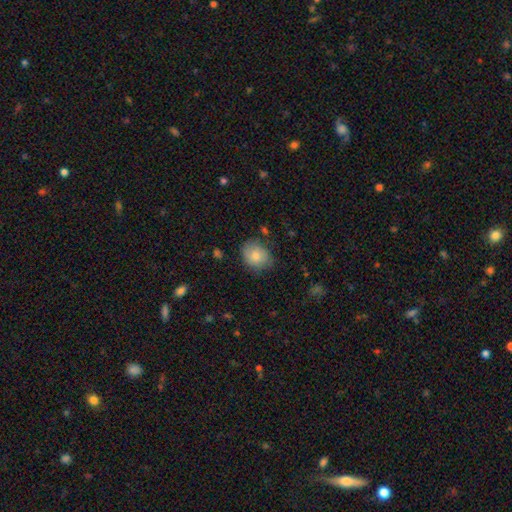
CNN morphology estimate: type=smooth (81%); roundness=round (58%); merging=none (70%).